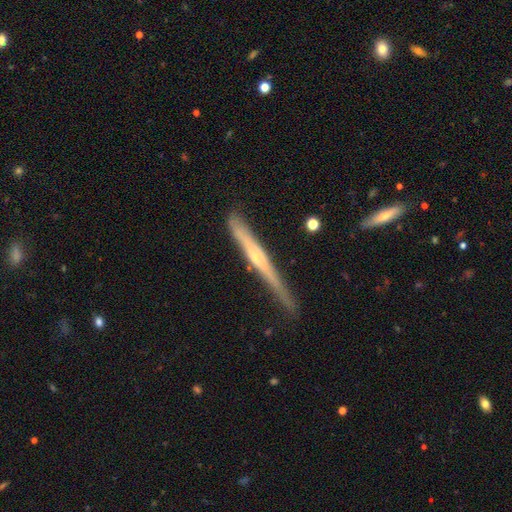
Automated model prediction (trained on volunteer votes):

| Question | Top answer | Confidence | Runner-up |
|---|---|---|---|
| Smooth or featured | featured or disk | 66% | smooth (28%) |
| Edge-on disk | yes | 95% | no (5%) |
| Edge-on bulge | rounded | 54% | none (41%) |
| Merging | none | 70% | minor disturbance (23%) |